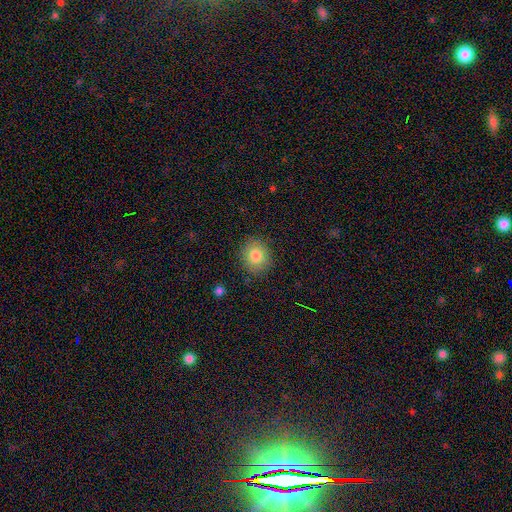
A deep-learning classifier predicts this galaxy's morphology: This is clearly a smooth galaxy (81%). How rounded: likely round (76%). Merging: clearly none (86%).